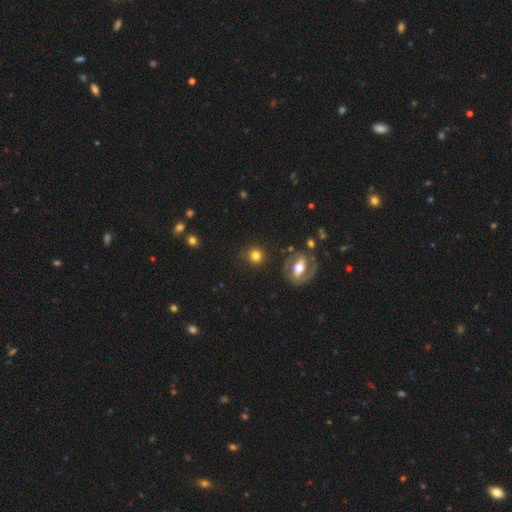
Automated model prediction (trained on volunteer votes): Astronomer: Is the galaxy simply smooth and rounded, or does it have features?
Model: smooth — 76%.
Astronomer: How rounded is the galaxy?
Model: round — 91%.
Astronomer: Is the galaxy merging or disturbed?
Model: none — 85%.